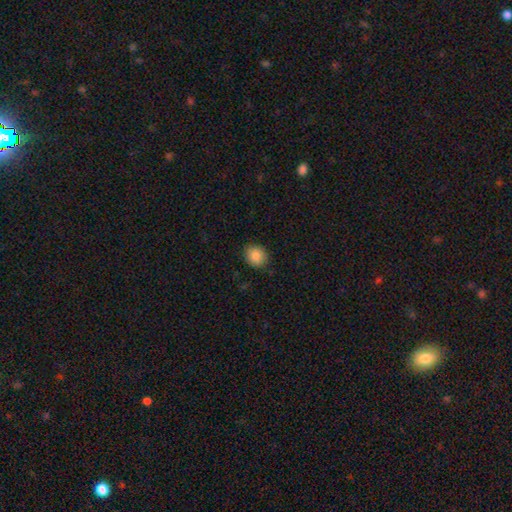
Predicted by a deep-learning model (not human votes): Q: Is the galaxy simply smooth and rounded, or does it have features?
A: smooth — 87%.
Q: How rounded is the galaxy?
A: round — 61%.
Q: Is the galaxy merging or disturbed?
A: none — 87%.